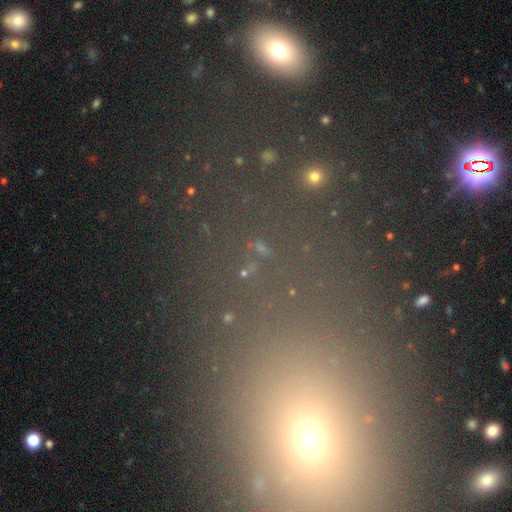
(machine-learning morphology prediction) type=smooth (49%); merging=none (72%).